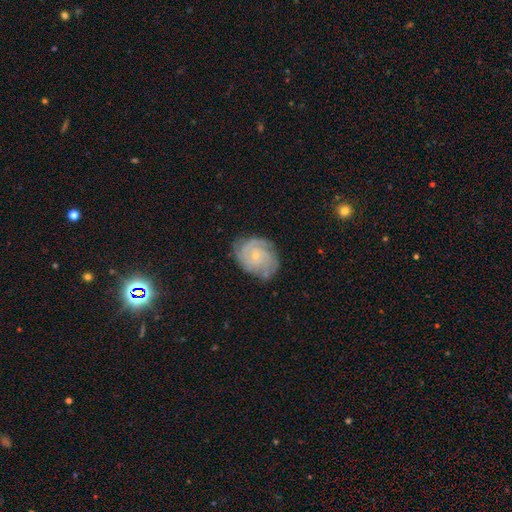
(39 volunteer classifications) smooth-or-featured: featured or disk: 90% | smooth: 8% | star or artifact: 3%
  disk-edge-on: no: 100% | yes: 0%
    bar: no: 71% | weak: 26% | strong: 3%
    has-spiral-arms: yes: 100% | no: 0%
      spiral-winding: tight: 66% | medium: 29% | loose: 6%
      spiral-arm-count: 3: 60% | can't tell: 20% | 2: 11% | 4: 9% | 1: 0% | more than 4: 0%
    bulge-size: small: 71% | moderate: 23% | none: 6% | dominant: 0% | large: 0%
  merging: none: 74% | minor disturbance: 13% | major disturbance: 8% | merger: 5%